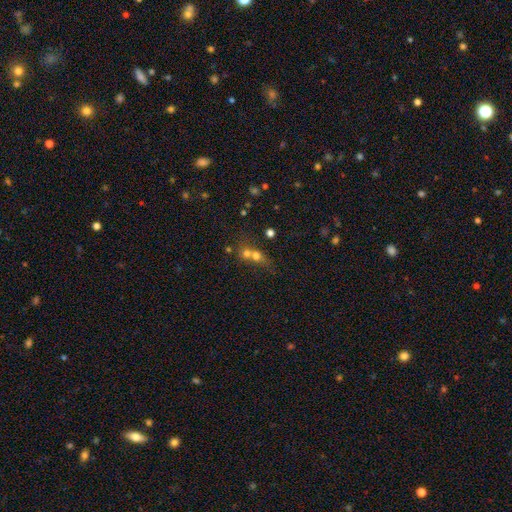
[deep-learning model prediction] Overall: smooth (65%). How rounded: round (72%). Merging: merger (67%).